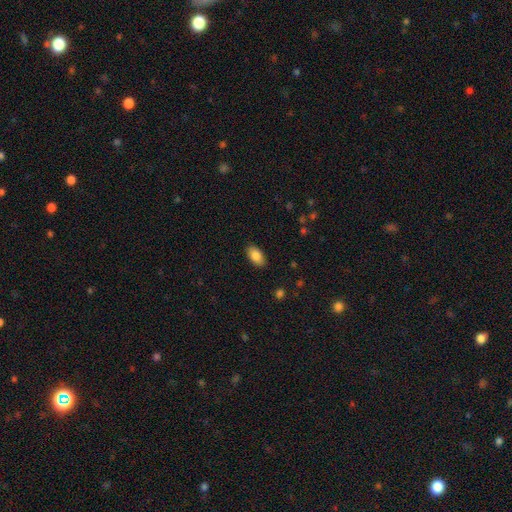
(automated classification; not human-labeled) The model was most divided on "smooth or featured": smooth: 86%, featured or disk: 7%, star or artifact: 7%. More confident: how rounded — in between (93%); merging — none (88%).